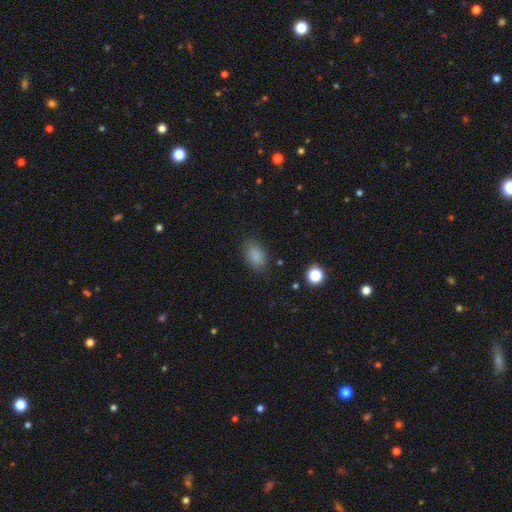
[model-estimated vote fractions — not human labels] This appears to be a smooth galaxy with no disk features (85%) that is in between round and cigar-shaped (88%). Merging: none (83%).